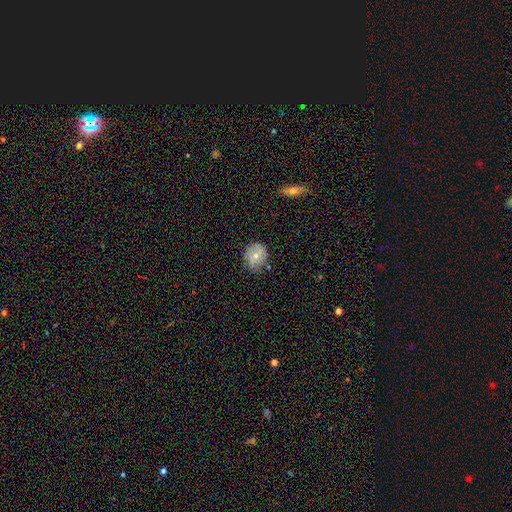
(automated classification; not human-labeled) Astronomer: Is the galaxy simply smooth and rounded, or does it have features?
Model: smooth — 59%.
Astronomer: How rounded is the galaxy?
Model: round — 74%.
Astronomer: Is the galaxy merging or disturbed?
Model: none — 70%.